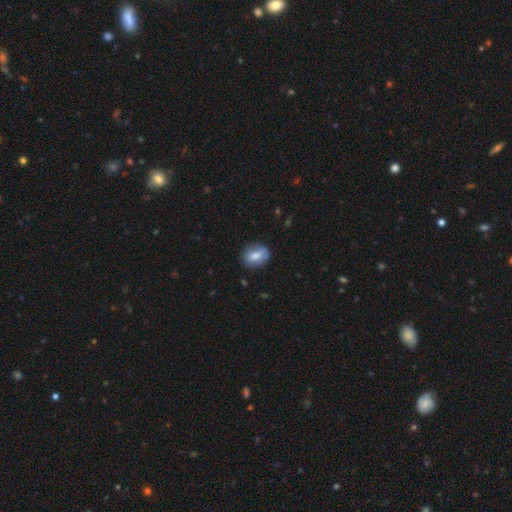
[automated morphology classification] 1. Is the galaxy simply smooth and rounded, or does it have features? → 71% smooth, 22% featured or disk, 7% star or artifact.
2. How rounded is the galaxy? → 69% in between, 29% round, 2% cigar-shaped.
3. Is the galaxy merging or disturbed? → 80% none, 15% minor disturbance, 4% major disturbance, 1% merger.